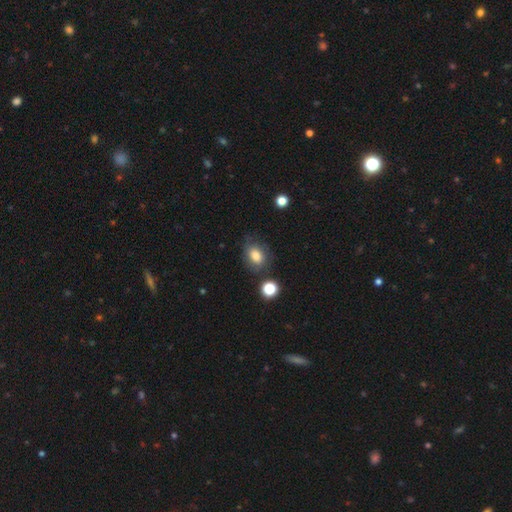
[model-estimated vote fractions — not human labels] smooth-or-featured: smooth: 78% | featured or disk: 12% | star or artifact: 10%
  how-rounded: in between: 68% | round: 31% | cigar-shaped: 1%
  merging: none: 66% | minor disturbance: 21% | major disturbance: 7% | merger: 5%